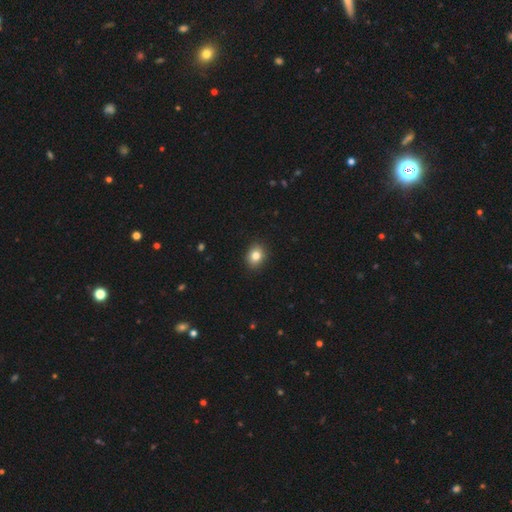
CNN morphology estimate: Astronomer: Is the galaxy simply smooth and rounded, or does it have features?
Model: smooth — 83%.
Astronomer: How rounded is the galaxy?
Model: round — 56% (runner-up: in between, 43%).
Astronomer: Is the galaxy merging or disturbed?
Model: none — 91%.